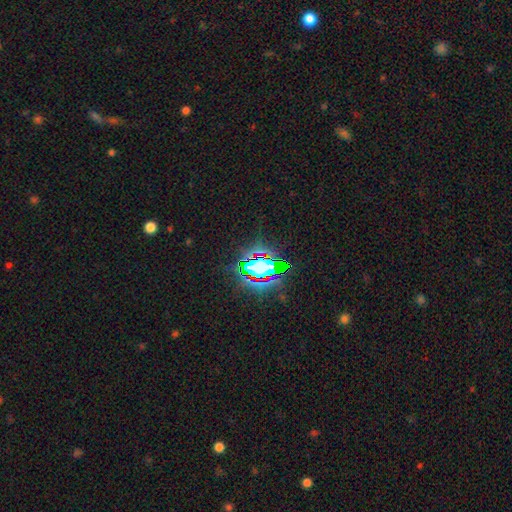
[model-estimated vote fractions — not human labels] A star or artifact, not a galaxy (73%).